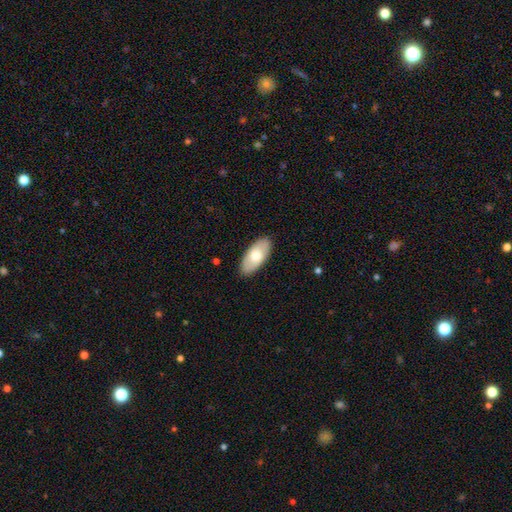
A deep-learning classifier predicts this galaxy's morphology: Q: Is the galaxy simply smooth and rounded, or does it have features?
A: smooth — 68%.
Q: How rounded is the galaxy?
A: in between — 92%.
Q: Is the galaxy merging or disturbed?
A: none — 88%.